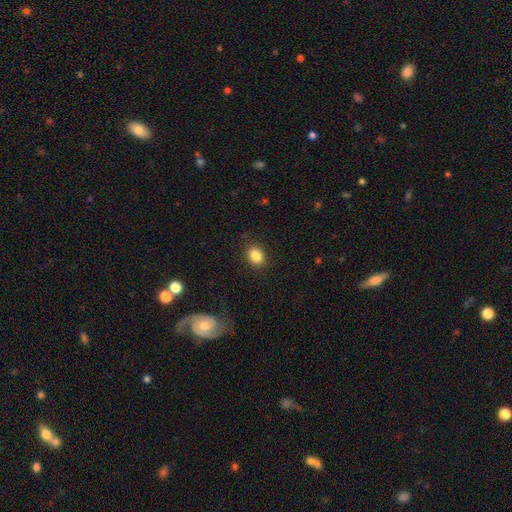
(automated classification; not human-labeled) smooth-or-featured: smooth: 85% | star or artifact: 9% | featured or disk: 6%
  how-rounded: in between: 57% | round: 42% | cigar-shaped: 1%
  merging: none: 87% | minor disturbance: 9% | major disturbance: 3% | merger: 1%